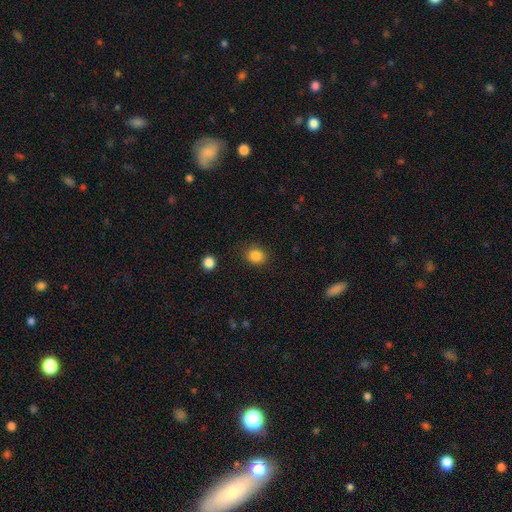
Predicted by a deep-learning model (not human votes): Q: Smooth or featured?
A: smooth (85%); runner-up: star or artifact (10%)
Q: How rounded?
A: round (74%); runner-up: in between (25%)
Q: Merging?
A: none (87%); runner-up: minor disturbance (9%)